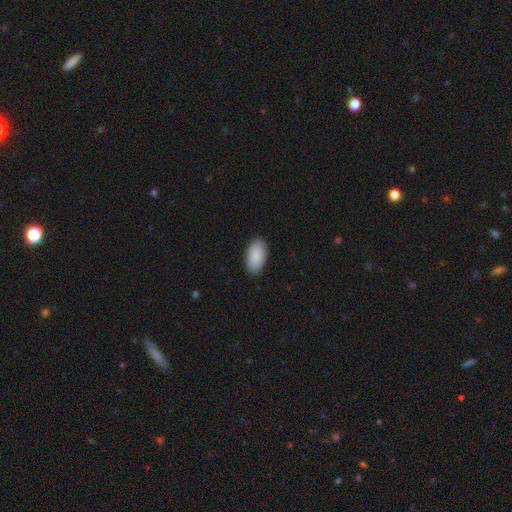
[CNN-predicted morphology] This is clearly a smooth galaxy (89%). How rounded: clearly in between (95%). Merging: clearly none (88%).